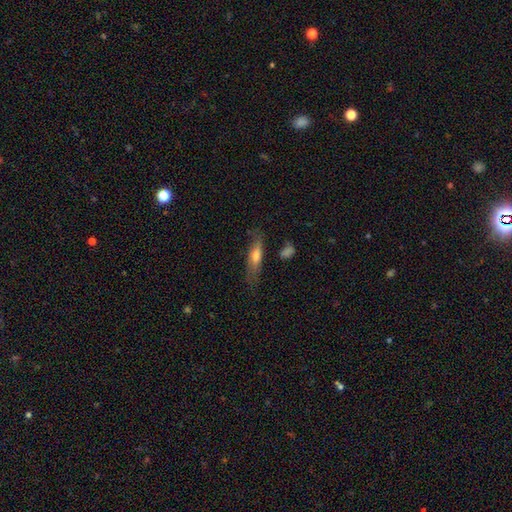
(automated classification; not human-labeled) Morphology: type=smooth (60%); roundness=cigar-shaped (60%); merging=none (70%).